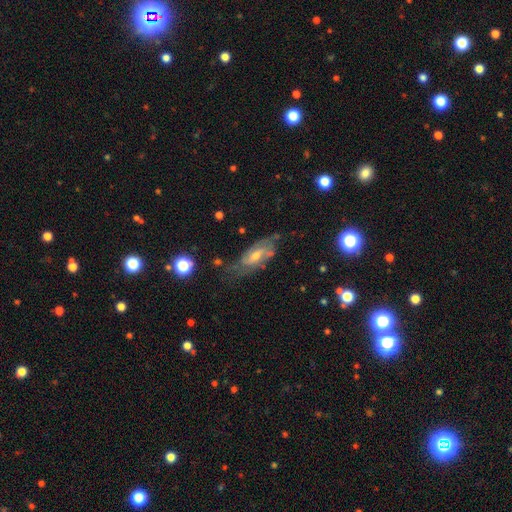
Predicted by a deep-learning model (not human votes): featured or disk 75%, smooth 17%, star or artifact 8%. Down the decision tree: edge-on disk — no (88%); bar — weak (48%); spiral arms — yes (89%); spiral arm count — 2 (57%); spiral winding — medium (44%); bulge size — moderate (50%); merging — none (63%).